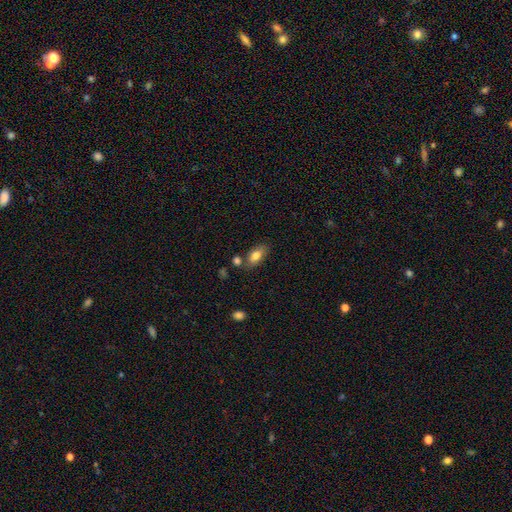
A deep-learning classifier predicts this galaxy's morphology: A smooth galaxy with no disk features (78%) that is in between round and cigar-shaped (89%).

Vote fractions:
- Smooth or featured? smooth: 78% / featured or disk: 14% / star or artifact: 8%
- How rounded? in between: 89% / cigar-shaped: 6% / round: 5%
- Merging? none: 71% / minor disturbance: 15% / merger: 11% / major disturbance: 4%